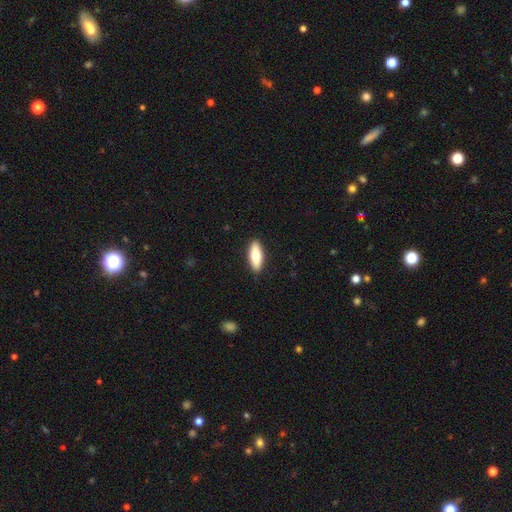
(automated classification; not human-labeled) This appears to be a smooth galaxy with no disk features (71%) that is in between round and cigar-shaped (65%). Merging: none (90%).